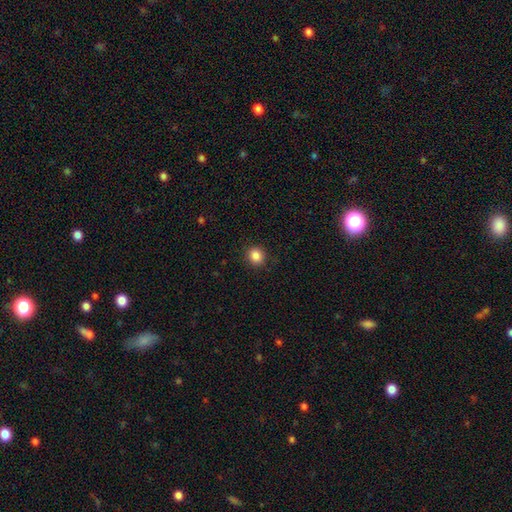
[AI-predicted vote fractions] smooth_or_featured: smooth (p=0.86) [alt: star or artifact p=0.10]
how_rounded: round (p=0.85) [alt: in between p=0.14]
merging: none (p=0.91) [alt: minor disturbance p=0.06]